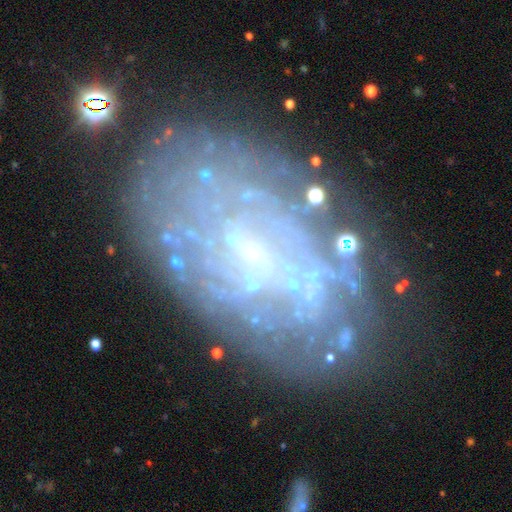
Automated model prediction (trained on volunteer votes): Smooth or featured? Predicted: featured or disk (p=0.74). Edge-on disk? Predicted: no (p=0.96). Bar? Predicted: no (p=0.65). Spiral arms? Predicted: yes (p=0.66). Bulge size? Predicted: small (p=0.44). Merging? Predicted: none (p=0.67).